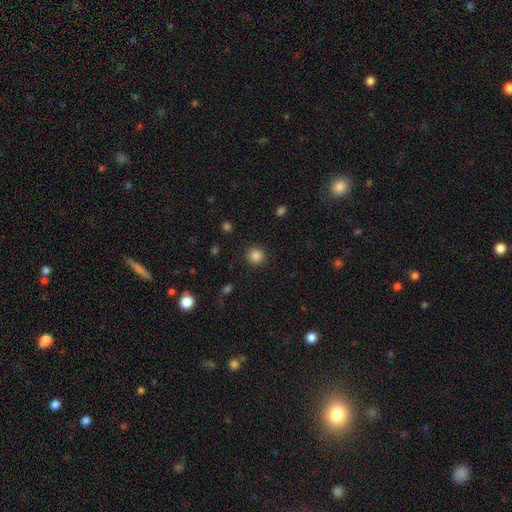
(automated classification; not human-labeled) This appears to be a smooth galaxy with no disk features (85%) that is round (92%). Merging: none (91%).